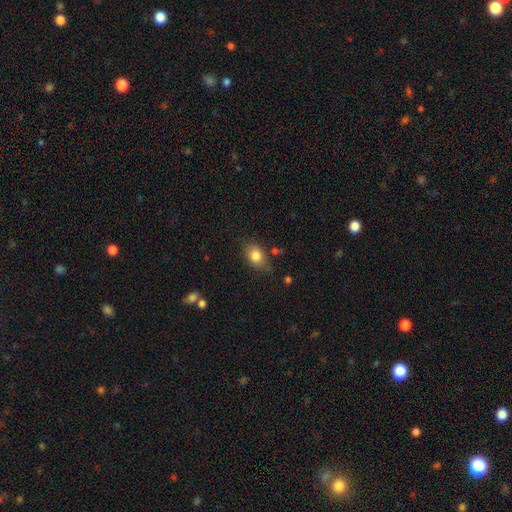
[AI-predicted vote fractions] Smooth or featured?
  - smooth: 82% *
  - featured or disk: 9%
  - star or artifact: 9%
How rounded?
  - in between: 73% *
  - round: 26%
  - cigar-shaped: 1%
Merging?
  - none: 73% *
  - minor disturbance: 19%
  - major disturbance: 4%
  - merger: 3%